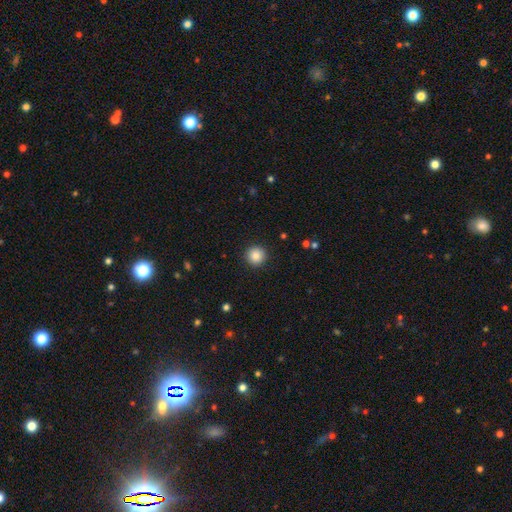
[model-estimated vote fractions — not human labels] smooth 87%, star or artifact 10%, featured or disk 4%. Down the decision tree: how rounded — round (95%); merging — none (91%).